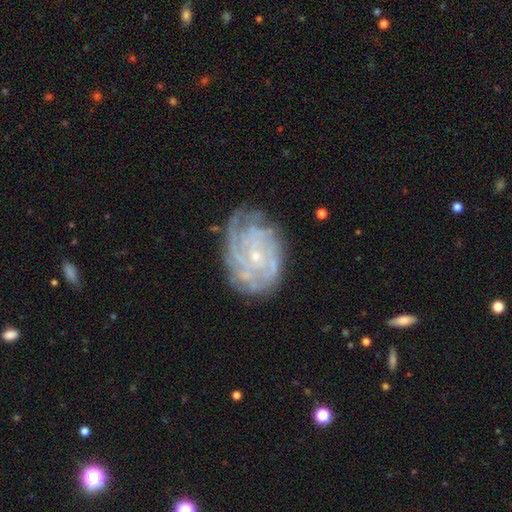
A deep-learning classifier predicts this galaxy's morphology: Overall: featured or disk (84%). Edge-on disk: no (97%). Bar: no (72%). Spiral arms: yes (94%). Spiral arm count: can't tell (38%; 4 19%). Spiral winding: tight (73%). Bulge size: small (82%). Merging: none (69%).